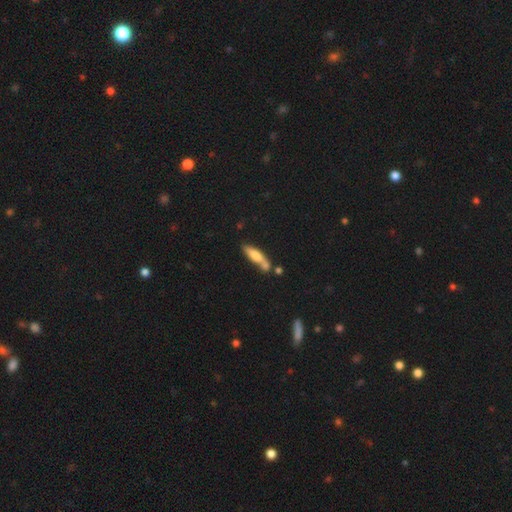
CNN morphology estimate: Q: Smooth or featured?
A: smooth (66%); runner-up: featured or disk (27%)
Q: How rounded?
A: cigar-shaped (72%); runner-up: in between (26%)
Q: Merging?
A: none (47%); runner-up: merger (29%)